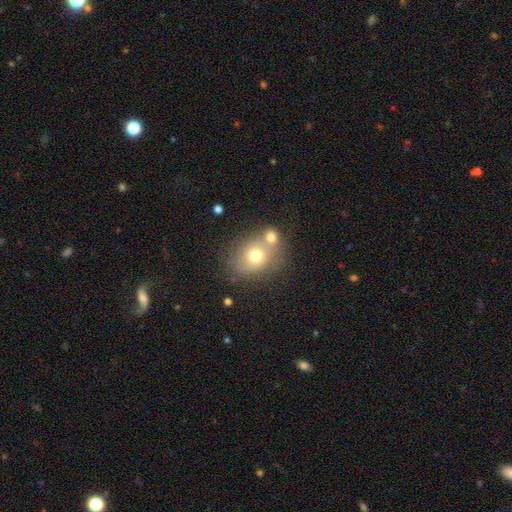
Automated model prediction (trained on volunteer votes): smooth_or_featured: smooth (p=0.65) [alt: featured or disk p=0.23]
how_rounded: round (p=0.53) [alt: in between p=0.46]
merging: none (p=0.43) [alt: merger p=0.39]